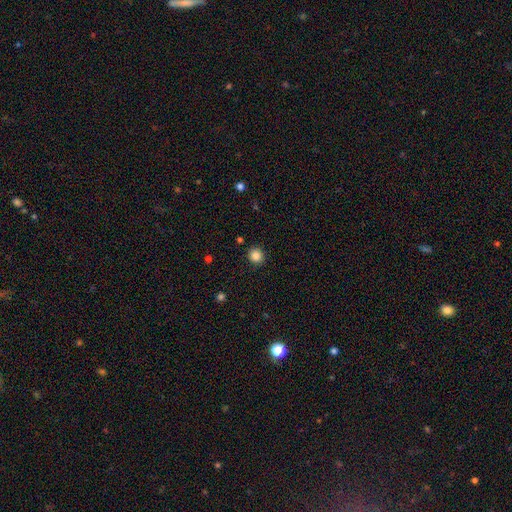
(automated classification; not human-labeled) This appears to be a smooth galaxy with no disk features (85%) that is round (91%). Merging: none (91%).